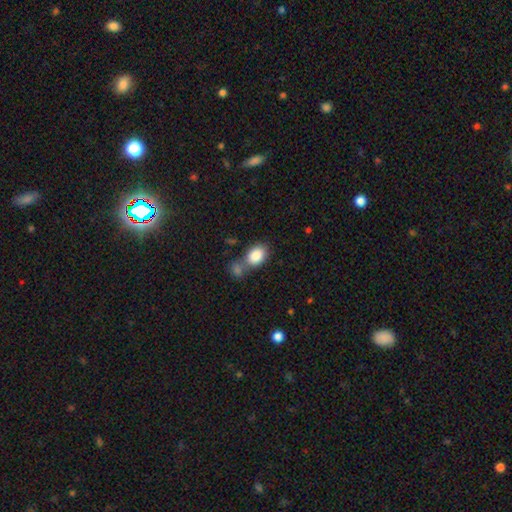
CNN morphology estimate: Smooth or featured? Predicted: smooth (p=0.85). How rounded? Predicted: in between (p=0.79). Merging? Predicted: none (p=0.46).